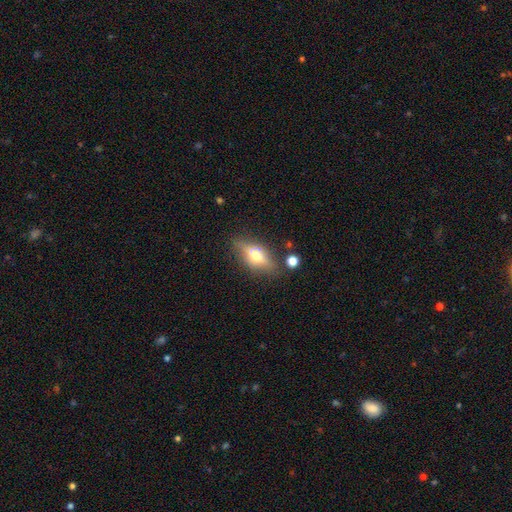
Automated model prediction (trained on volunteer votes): This appears to be a featured or disk galaxy (50%) viewed edge-on (84%). Merging: none (77%).